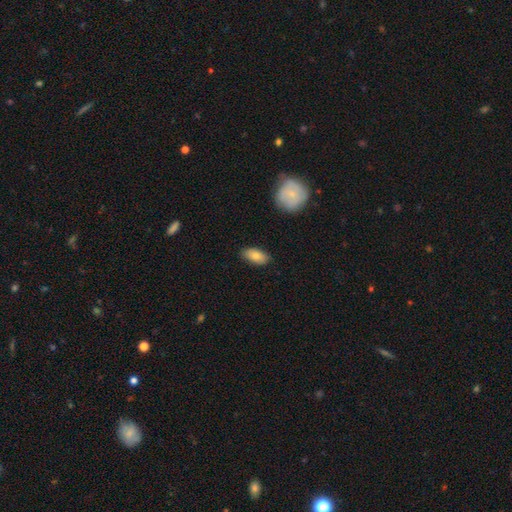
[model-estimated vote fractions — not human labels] A smooth galaxy with no disk features (83%) that is in between round and cigar-shaped (91%). Merging: none (85%).